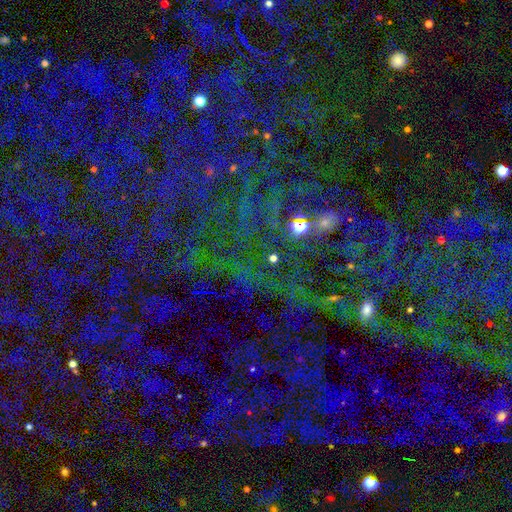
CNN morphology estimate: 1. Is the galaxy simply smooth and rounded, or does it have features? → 73% star or artifact, 17% smooth, 9% featured or disk.